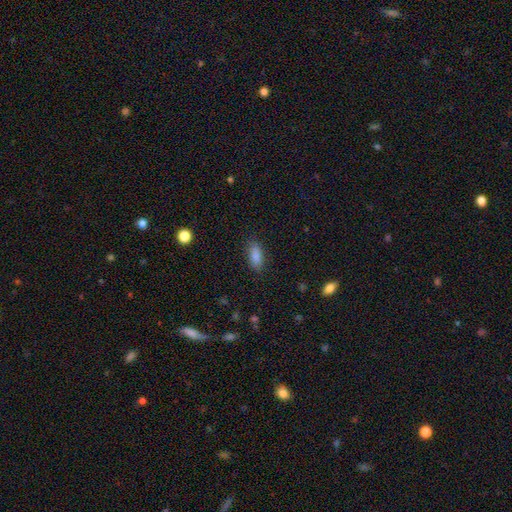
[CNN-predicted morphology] smooth 87%, star or artifact 8%, featured or disk 5%. Down the decision tree: how rounded — in between (81%); merging — none (85%).